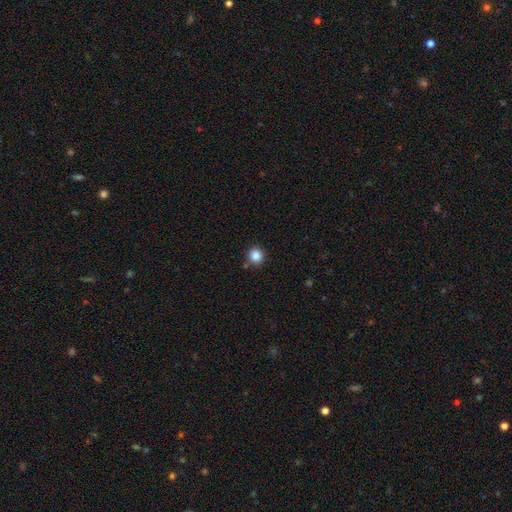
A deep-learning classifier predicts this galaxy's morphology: Overall: smooth (85%). How rounded: round (91%). Merging: none (85%).